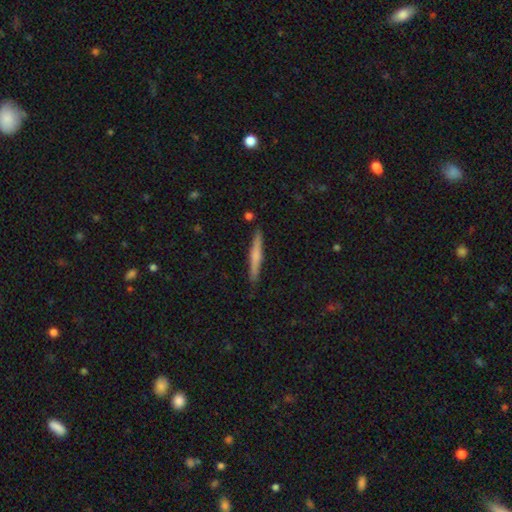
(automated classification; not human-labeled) Smooth or featured? Predicted: smooth (p=0.50). Merging? Predicted: none (p=0.90).